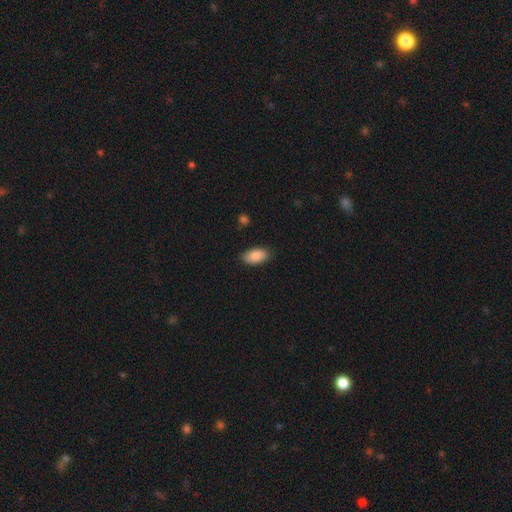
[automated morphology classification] A smooth galaxy with no disk features (87%) that is in between round and cigar-shaped (94%).

Vote fractions:
- Smooth or featured? smooth: 87% / featured or disk: 7% / star or artifact: 7%
- How rounded? in between: 94% / round: 3% / cigar-shaped: 3%
- Merging? none: 87% / minor disturbance: 10% / major disturbance: 2% / merger: 1%